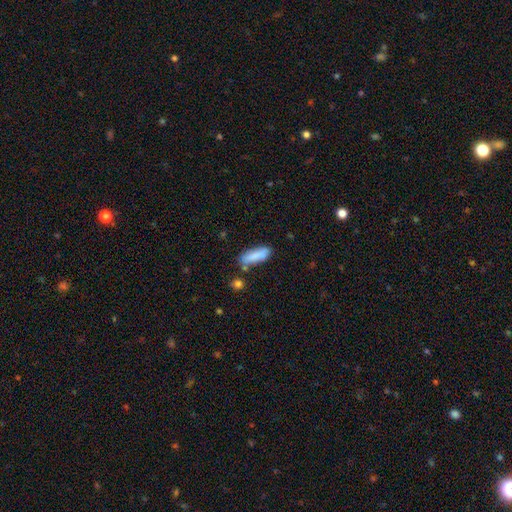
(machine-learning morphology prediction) Smooth or featured? Predicted: smooth (p=0.84). How rounded? Predicted: in between (p=0.51). Merging? Predicted: none (p=0.72).